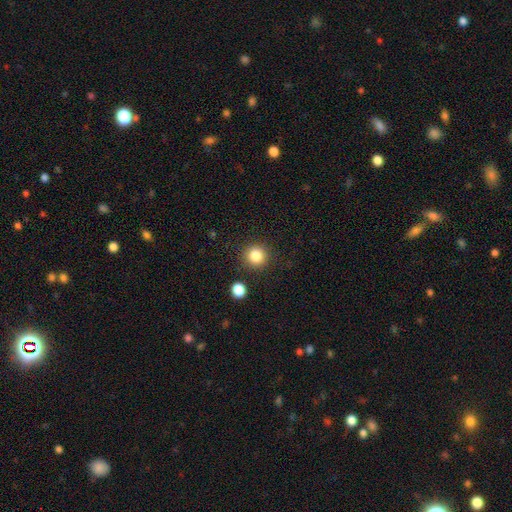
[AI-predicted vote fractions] Smooth or featured: smooth — 84% (star or artifact — 11%)
How rounded: round — 93% (in between — 6%)
Merging: none — 88% (minor disturbance — 7%)